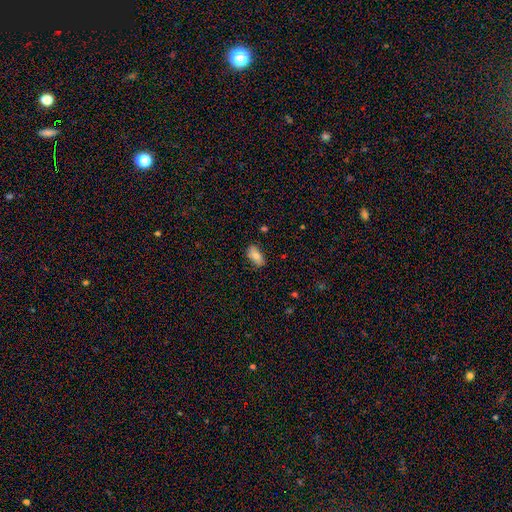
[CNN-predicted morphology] smooth-or-featured: smooth: 76% | featured or disk: 17% | star or artifact: 7%
  how-rounded: in between: 91% | cigar-shaped: 6% | round: 4%
  merging: none: 80% | minor disturbance: 16% | major disturbance: 3% | merger: 1%